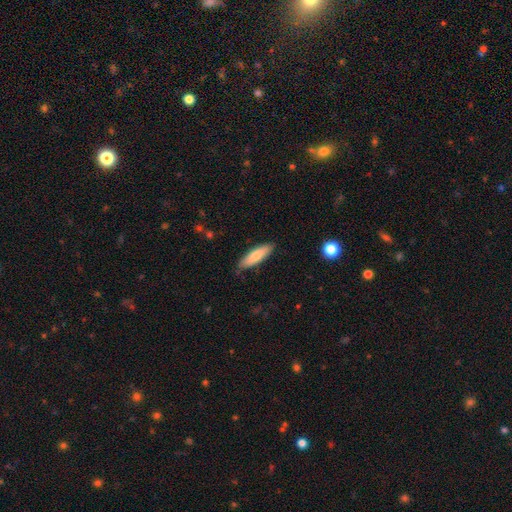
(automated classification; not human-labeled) Smooth or featured? smooth (75%)
How rounded? cigar-shaped (53%)
Merging? none (84%)